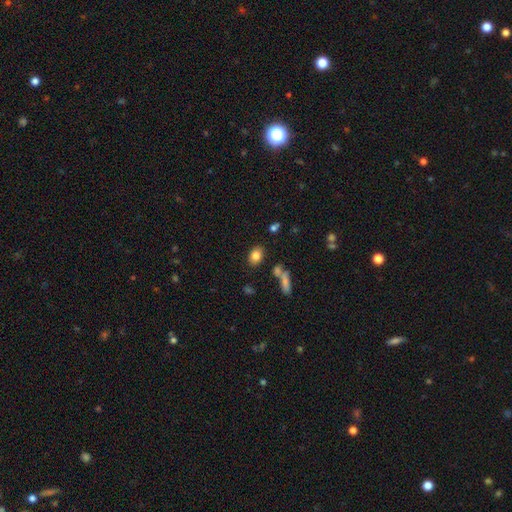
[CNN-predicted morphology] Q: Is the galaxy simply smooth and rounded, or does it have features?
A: smooth — 82%.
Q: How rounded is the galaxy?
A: in between — 73%.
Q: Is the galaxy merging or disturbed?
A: none — 80%.